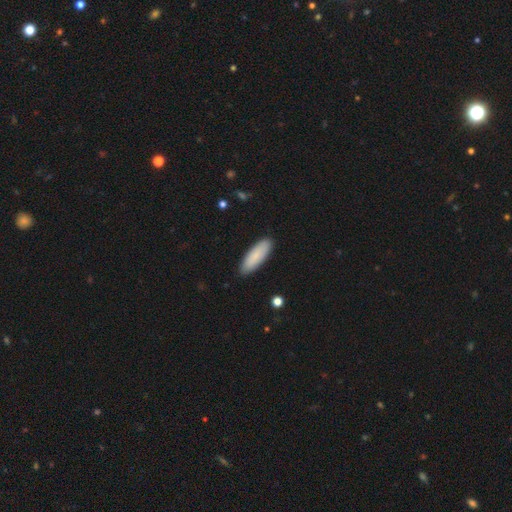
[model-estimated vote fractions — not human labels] Smooth or featured? smooth (84%)
How rounded? in between (58%)
Merging? none (88%)